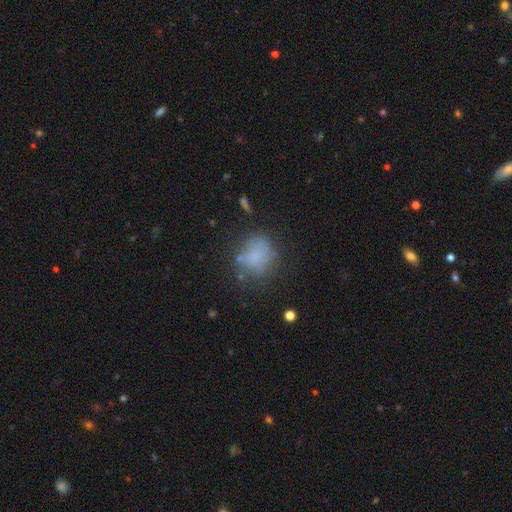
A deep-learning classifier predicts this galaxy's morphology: A smooth galaxy with no disk features (66%) that is round (67%).

Vote fractions:
- Smooth or featured? smooth: 66% / featured or disk: 21% / star or artifact: 13%
- How rounded? round: 67% / in between: 32% / cigar-shaped: 1%
- Merging? none: 55% / minor disturbance: 23% / major disturbance: 15% / merger: 7%